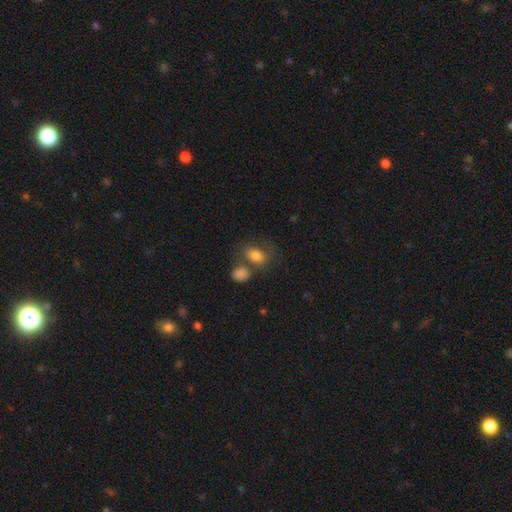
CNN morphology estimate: A smooth galaxy with no disk features (73%) that is in between round and cigar-shaped (76%).

Vote fractions:
- Smooth or featured? smooth: 73% / featured or disk: 18% / star or artifact: 9%
- How rounded? in between: 76% / round: 22% / cigar-shaped: 2%
- Merging? none: 45% / merger: 28% / minor disturbance: 16% / major disturbance: 10%